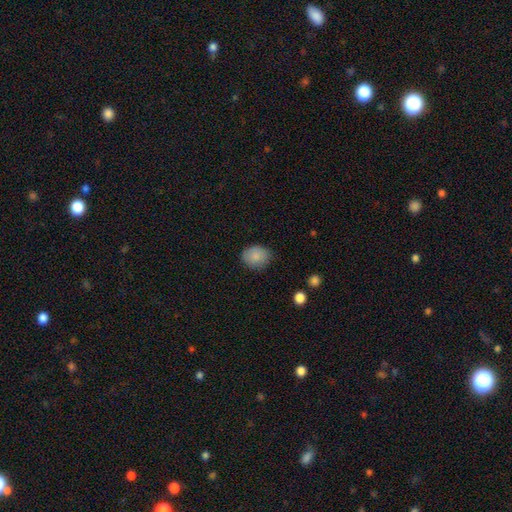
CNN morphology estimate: Overall: smooth (86%). How rounded: round (52%; in between 47%). Merging: none (79%).